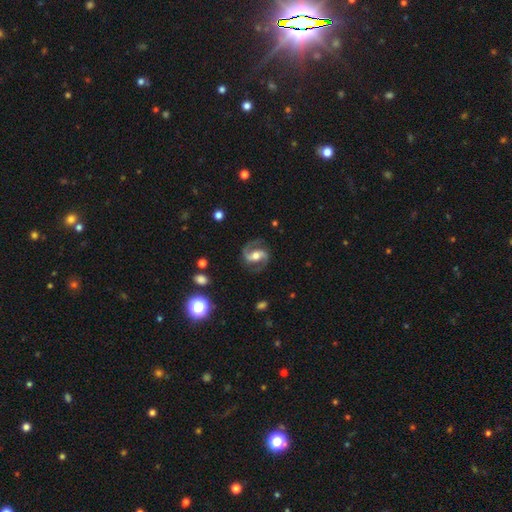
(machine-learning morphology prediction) smooth-or-featured: featured or disk: 89% | smooth: 6% | star or artifact: 5%
  disk-edge-on: no: 97% | yes: 3%
    bar: strong: 40% | weak: 37% | no: 22%
    has-spiral-arms: yes: 97% | no: 3%
      spiral-winding: medium: 58% | loose: 24% | tight: 17%
      spiral-arm-count: 2: 94% | can't tell: 2% | 1: 1% | 3: 1% | 4: 1% | more than 4: 1%
    bulge-size: moderate: 69% | small: 19% | large: 10% | none: 1% | dominant: 1%
  merging: none: 82% | minor disturbance: 12% | major disturbance: 5% | merger: 1%